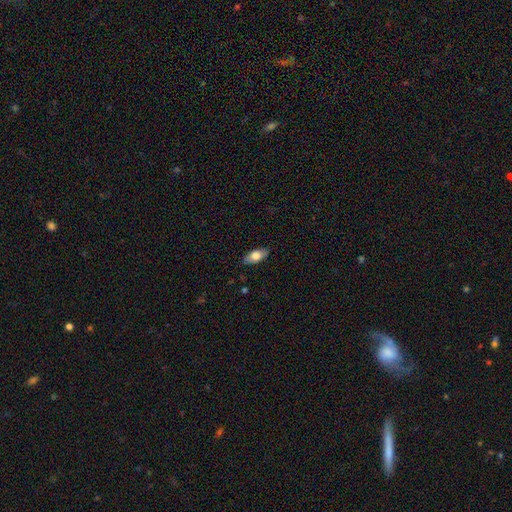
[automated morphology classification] Q: Smooth or featured?
A: smooth (73%); runner-up: featured or disk (20%)
Q: How rounded?
A: in between (87%); runner-up: cigar-shaped (9%)
Q: Merging?
A: none (85%); runner-up: minor disturbance (12%)